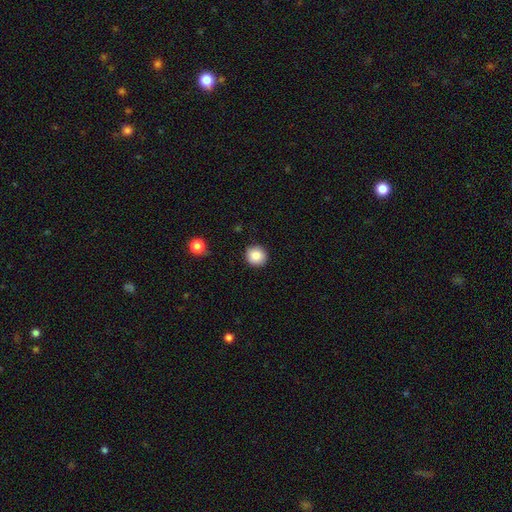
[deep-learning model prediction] smooth_or_featured: smooth (p=0.87) [alt: star or artifact p=0.09]
how_rounded: round (p=0.92) [alt: in between p=0.07]
merging: none (p=0.90) [alt: minor disturbance p=0.07]